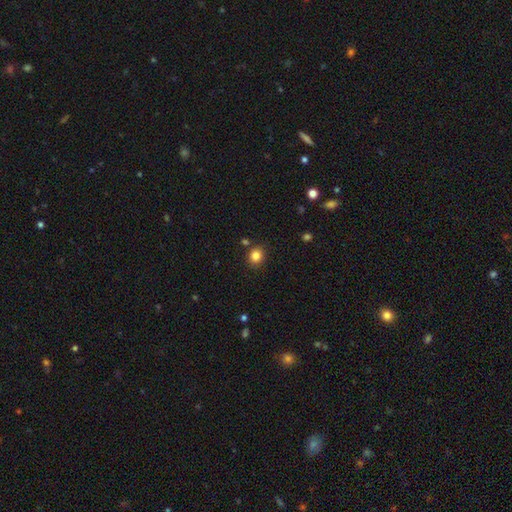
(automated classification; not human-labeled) Smooth or featured: smooth — 83% (star or artifact — 11%)
How rounded: round — 67% (in between — 32%)
Merging: none — 83% (minor disturbance — 10%)